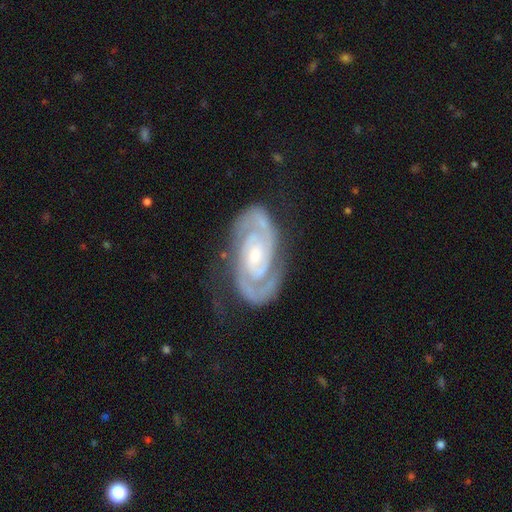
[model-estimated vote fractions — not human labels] Smooth or featured? featured or disk (92%)
Edge-on disk? no (97%)
Bar? no (56%)
Spiral arms? yes (98%)
Spiral winding? tight (68%)
Spiral arm count? 2 (90%)
Bulge size? small (63%)
Merging? none (76%)